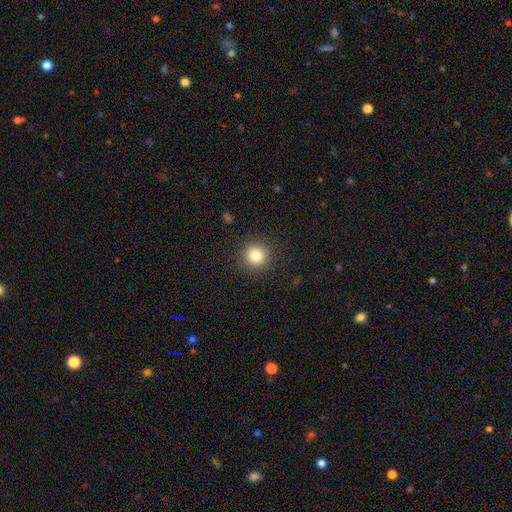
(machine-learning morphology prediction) smooth-or-featured: smooth: 83% | star or artifact: 11% | featured or disk: 6%
  how-rounded: round: 93% | in between: 6% | cigar-shaped: 1%
  merging: none: 90% | minor disturbance: 7% | major disturbance: 3% | merger: 1%